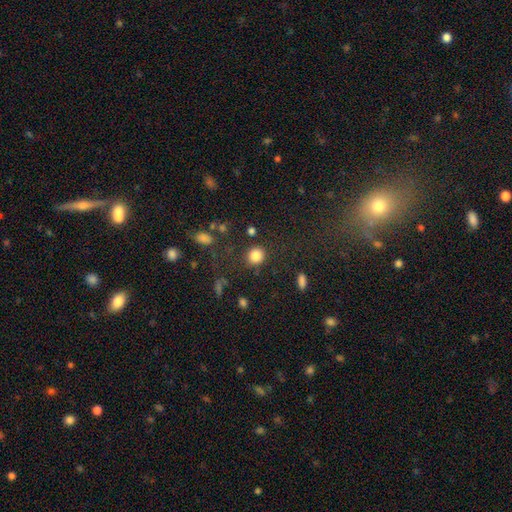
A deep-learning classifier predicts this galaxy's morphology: Smooth or featured?
  - smooth: 84% *
  - star or artifact: 11%
  - featured or disk: 5%
How rounded?
  - round: 85% *
  - in between: 14%
  - cigar-shaped: 1%
Merging?
  - none: 84% *
  - minor disturbance: 9%
  - major disturbance: 4%
  - merger: 3%